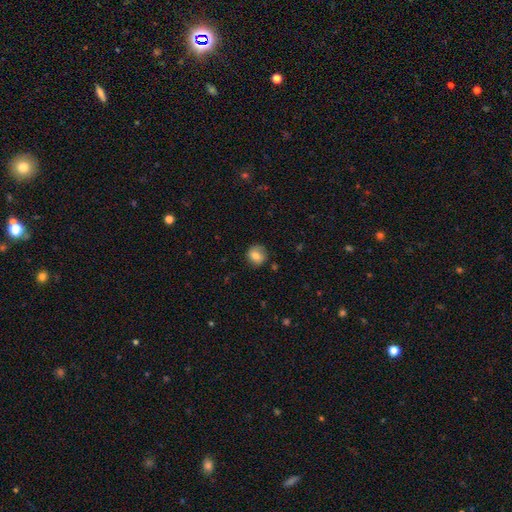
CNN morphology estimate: type=smooth (78%); roundness=round (85%); merging=none (80%).